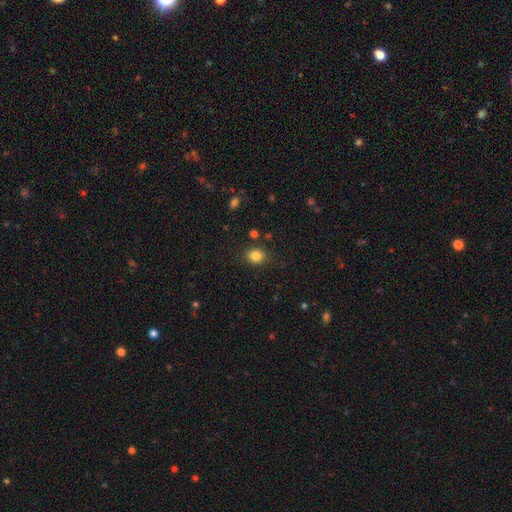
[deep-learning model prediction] Smooth or featured? smooth (83%)
How rounded? round (65%)
Merging? none (85%)